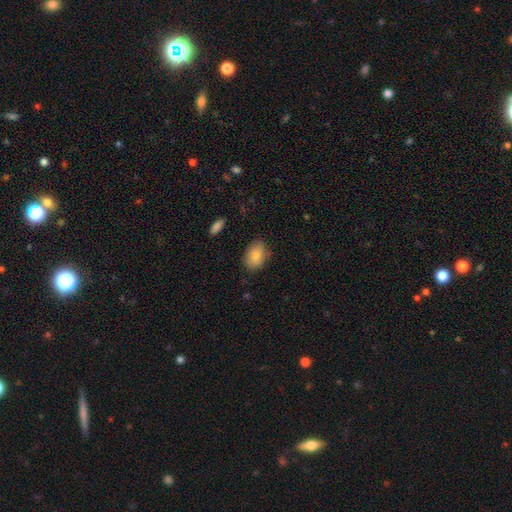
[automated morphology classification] smooth-or-featured: smooth: 84% | featured or disk: 9% | star or artifact: 7%
  how-rounded: in between: 84% | round: 15% | cigar-shaped: 1%
  merging: none: 80% | minor disturbance: 16% | major disturbance: 3% | merger: 1%